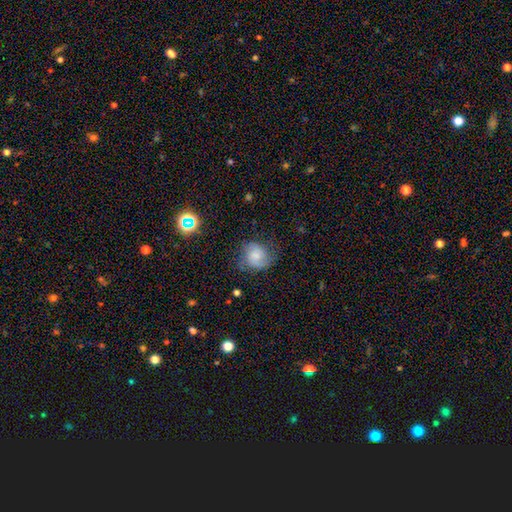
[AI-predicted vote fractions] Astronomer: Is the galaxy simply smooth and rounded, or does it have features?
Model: smooth — 55% (runner-up: featured or disk, 35%).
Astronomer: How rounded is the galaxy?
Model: round — 70%.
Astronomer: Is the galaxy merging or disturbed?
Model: none — 55%.